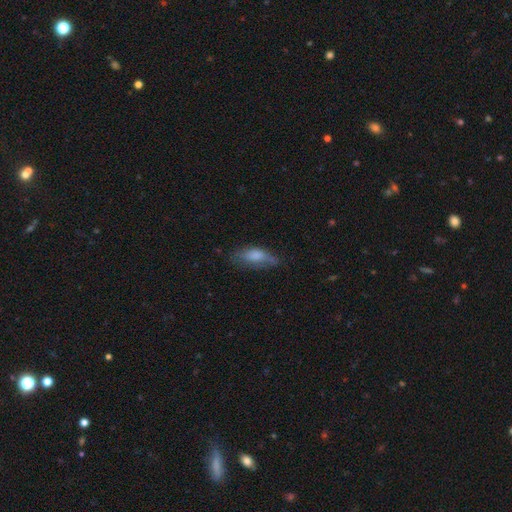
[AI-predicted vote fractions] Smooth or featured: smooth — 72% (featured or disk — 20%)
How rounded: in between — 71% (cigar-shaped — 27%)
Merging: none — 51% (minor disturbance — 32%)